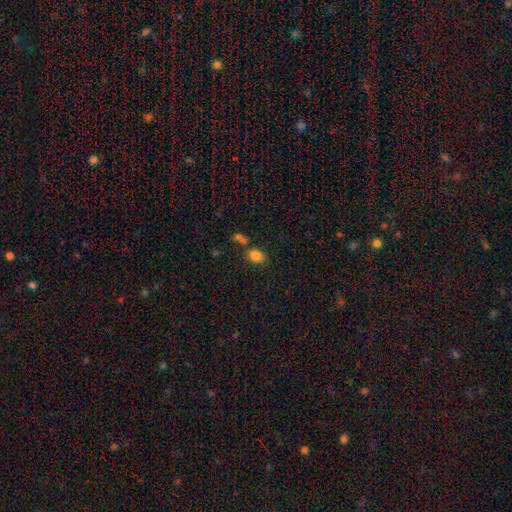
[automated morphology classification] Smooth or featured?
  - smooth: 84% *
  - star or artifact: 11%
  - featured or disk: 6%
How rounded?
  - in between: 74% *
  - round: 25%
  - cigar-shaped: 1%
Merging?
  - none: 68% *
  - merger: 15%
  - minor disturbance: 13%
  - major disturbance: 5%